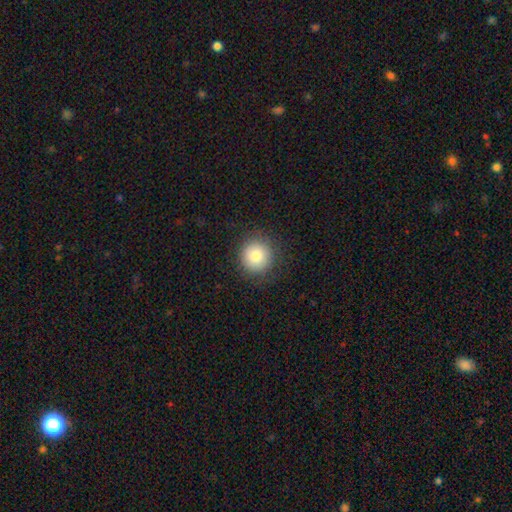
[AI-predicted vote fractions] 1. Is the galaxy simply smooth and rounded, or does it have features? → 82% smooth, 9% star or artifact, 8% featured or disk.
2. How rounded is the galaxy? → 94% round, 5% in between, 1% cigar-shaped.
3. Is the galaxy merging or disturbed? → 88% none, 8% minor disturbance, 3% major disturbance, 1% merger.